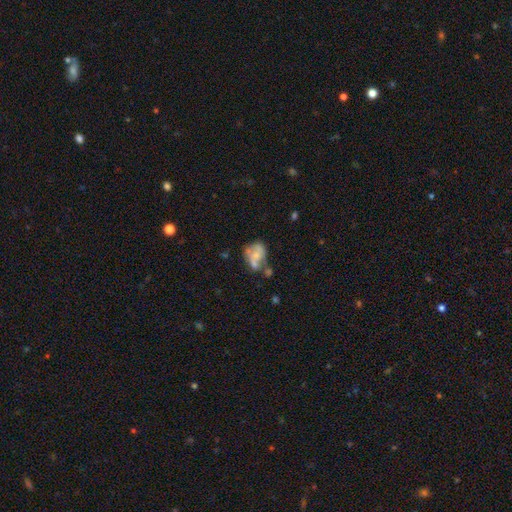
A smooth galaxy with no disk features (49%) that is in between round and cigar-shaped (78%).

Vote fractions:
- Smooth or featured? smooth: 49% / featured or disk: 43% / star or artifact: 8%
- How rounded? in between: 78% / round: 22% / cigar-shaped: 0%
- Merging? none: 35% / merger: 29% / minor disturbance: 18% / major disturbance: 18%